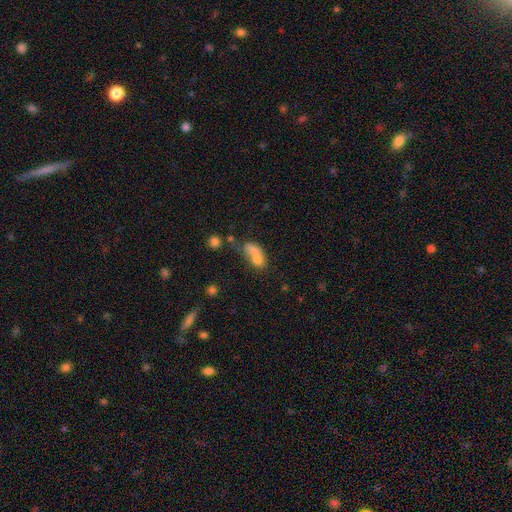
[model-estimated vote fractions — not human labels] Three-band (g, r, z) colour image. It shows a smooth galaxy with no disk features (70%) that is in between round and cigar-shaped (71%). Merging: merger (52%).